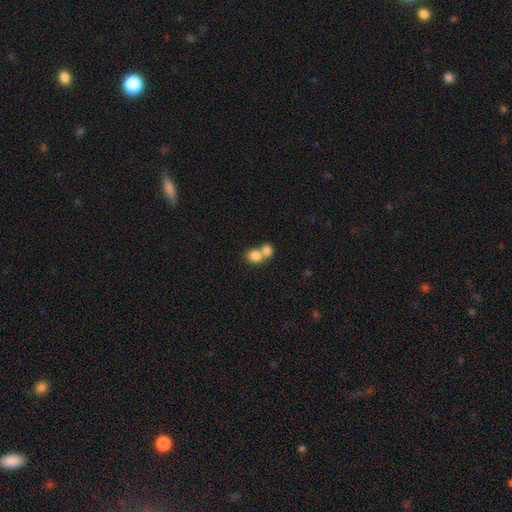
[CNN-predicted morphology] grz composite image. It shows a smooth galaxy with no disk features (81%) that is round (68%). Merging: merger (63%).